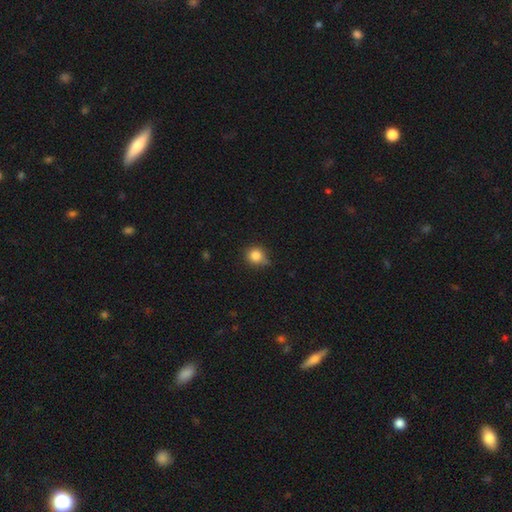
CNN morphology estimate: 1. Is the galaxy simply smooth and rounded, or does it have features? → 83% smooth, 11% star or artifact, 6% featured or disk.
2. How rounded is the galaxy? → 90% round, 9% in between, 1% cigar-shaped.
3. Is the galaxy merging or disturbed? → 70% none, 23% minor disturbance, 4% major disturbance, 3% merger.